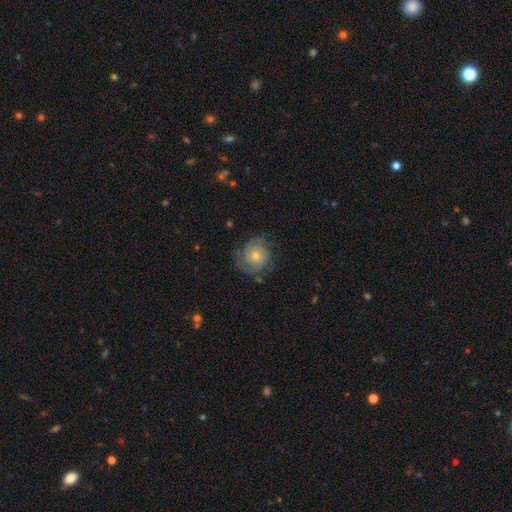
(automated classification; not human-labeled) Morphology: type=featured or disk (57%); edge-on=no (98%); bar=no (84%); spiral arms=yes (81%); bulge=small (58%); merging=none (68%).